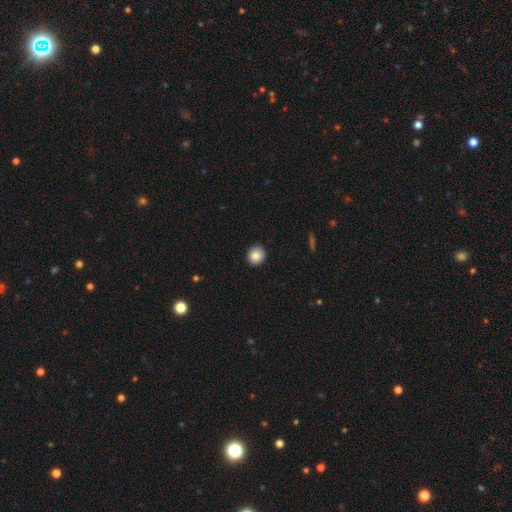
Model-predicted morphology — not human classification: Q: Smooth or featured?
A: smooth (81%); runner-up: featured or disk (10%)
Q: How rounded?
A: round (89%); runner-up: in between (10%)
Q: Merging?
A: none (91%); runner-up: minor disturbance (6%)